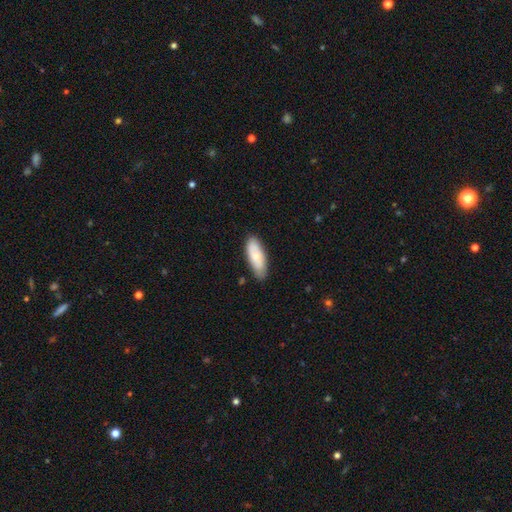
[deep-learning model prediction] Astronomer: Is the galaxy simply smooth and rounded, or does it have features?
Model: smooth — 74%.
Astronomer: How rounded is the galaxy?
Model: in between — 72%.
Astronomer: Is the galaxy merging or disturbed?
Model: none — 78%.